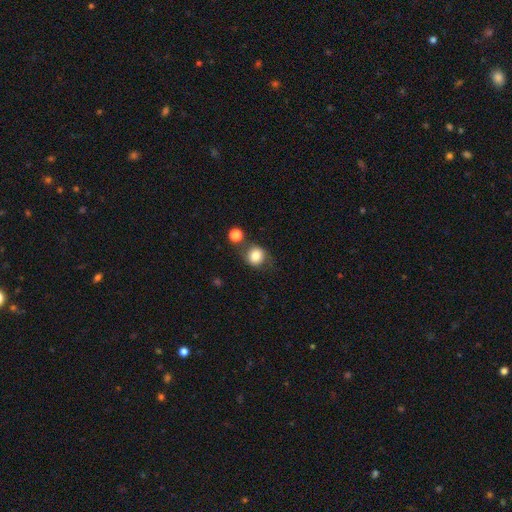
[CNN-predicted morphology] A smooth galaxy with no disk features (79%) that is round (84%). Merging: none (65%).